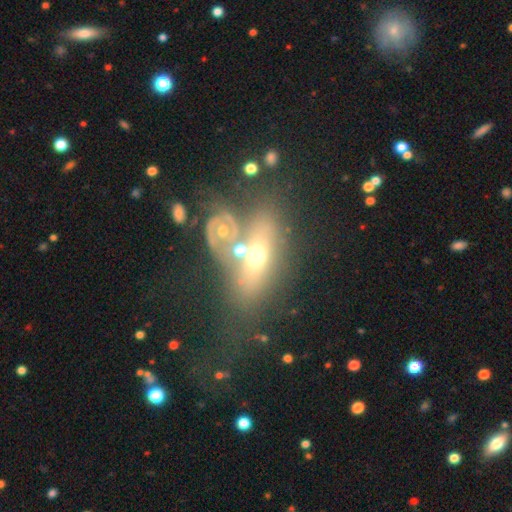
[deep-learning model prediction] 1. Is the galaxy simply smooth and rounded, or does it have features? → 46% featured or disk, 43% smooth, 11% star or artifact.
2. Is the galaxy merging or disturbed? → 38% merger, 36% none, 14% minor disturbance, 12% major disturbance.